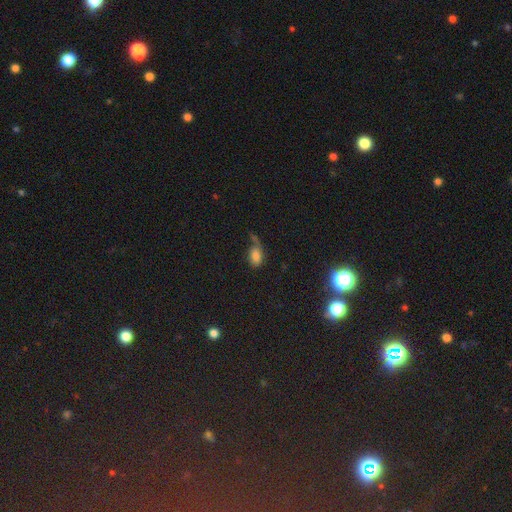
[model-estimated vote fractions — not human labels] A smooth galaxy with no disk features (74%) that is in between round and cigar-shaped (86%).

Vote fractions:
- Smooth or featured? smooth: 74% / star or artifact: 13% / featured or disk: 12%
- How rounded? in between: 86% / round: 11% / cigar-shaped: 3%
- Merging? none: 36% / major disturbance: 24% / minor disturbance: 24% / merger: 16%